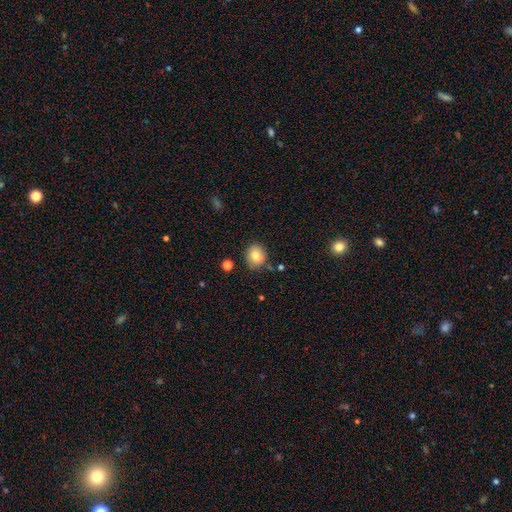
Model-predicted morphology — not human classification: A smooth galaxy with no disk features (80%) that is round (77%).

Vote fractions:
- Smooth or featured? smooth: 80% / star or artifact: 10% / featured or disk: 10%
- How rounded? round: 77% / in between: 22% / cigar-shaped: 1%
- Merging? none: 81% / minor disturbance: 13% / merger: 4% / major disturbance: 3%